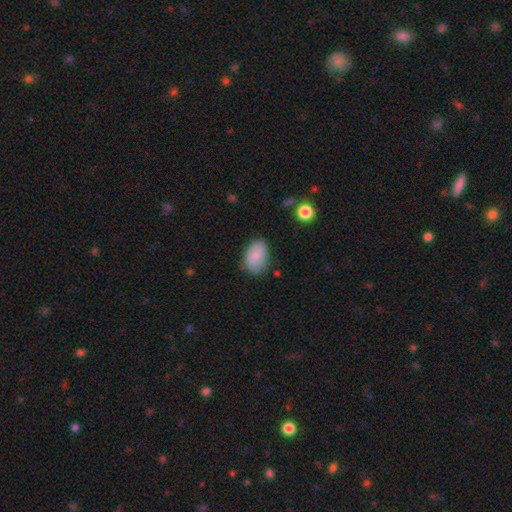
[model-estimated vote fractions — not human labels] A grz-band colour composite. It shows a smooth galaxy with no disk features (79%) that is in between round and cigar-shaped (85%). Merging: none (70%).